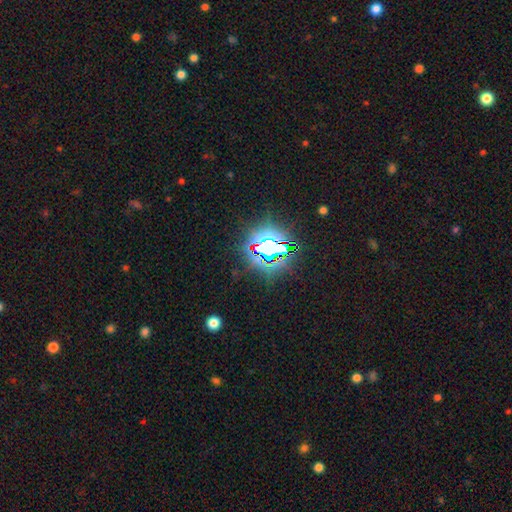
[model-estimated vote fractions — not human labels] This appears to be a star or artifact, not a galaxy (81%).